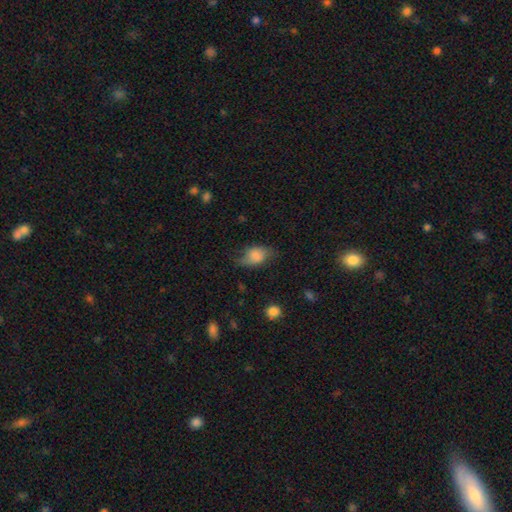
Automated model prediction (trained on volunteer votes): This appears to be a smooth galaxy with no disk features (68%) that is in between round and cigar-shaped (84%). Merging: none (53%).